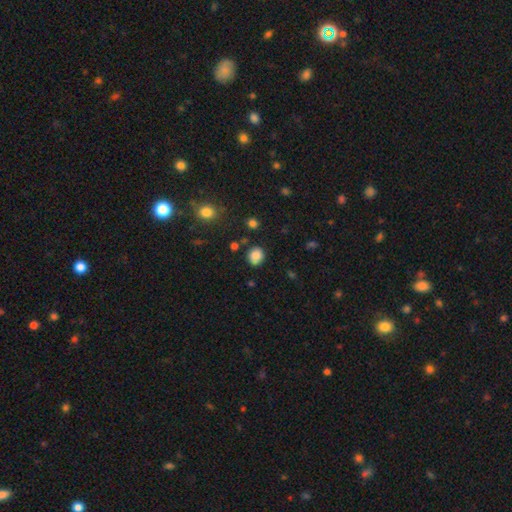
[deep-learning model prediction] Smooth or featured? Predicted: smooth (p=0.85). How rounded? Predicted: round (p=0.65). Merging? Predicted: none (p=0.81).